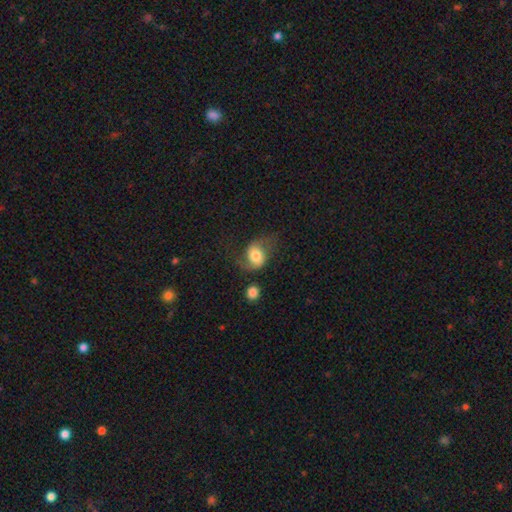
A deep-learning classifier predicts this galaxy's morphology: type=smooth (53%); roundness=in between (53%); merging=none (42%).